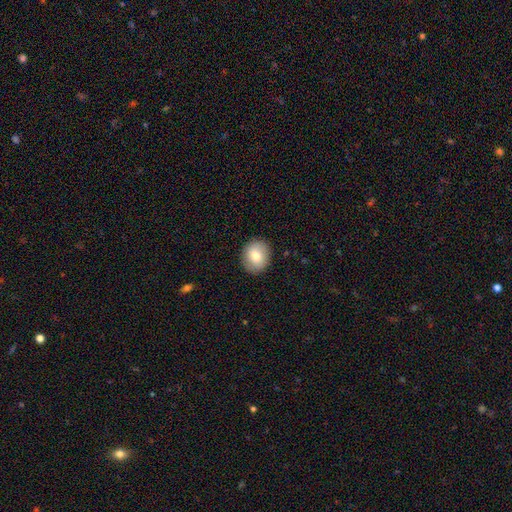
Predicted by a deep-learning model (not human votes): This appears to be a smooth galaxy with no disk features (77%) that is round (66%). Merging: none (89%).